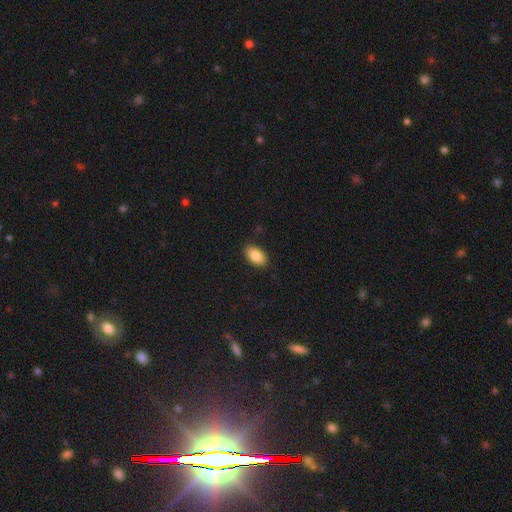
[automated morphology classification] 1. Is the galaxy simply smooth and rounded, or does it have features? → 86% smooth, 7% star or artifact, 7% featured or disk.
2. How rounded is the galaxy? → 93% in between, 5% round, 2% cigar-shaped.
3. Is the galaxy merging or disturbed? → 87% none, 10% minor disturbance, 2% major disturbance, 1% merger.